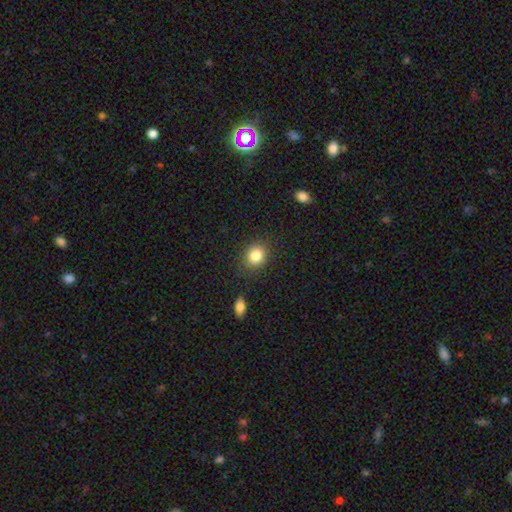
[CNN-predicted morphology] Q: Smooth or featured?
A: smooth (84%); runner-up: star or artifact (10%)
Q: How rounded?
A: round (63%); runner-up: in between (36%)
Q: Merging?
A: none (84%); runner-up: minor disturbance (10%)